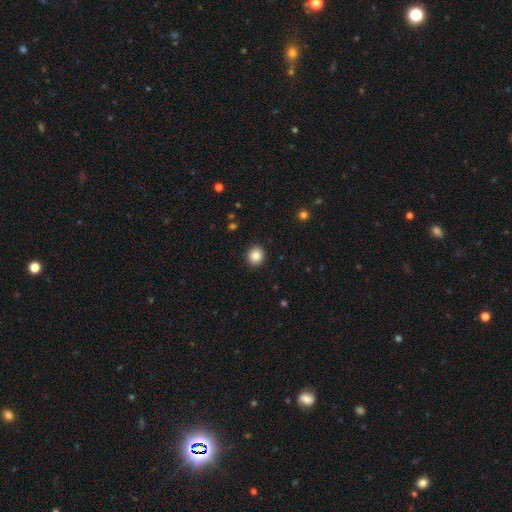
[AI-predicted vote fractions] Morphology: type=smooth (87%); roundness=round (87%); merging=none (92%).